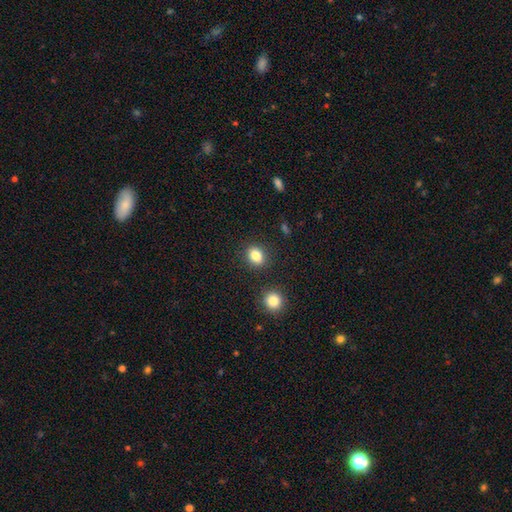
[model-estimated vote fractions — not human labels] Overall: smooth (84%). How rounded: in between (51%; round 47%). Merging: none (85%).